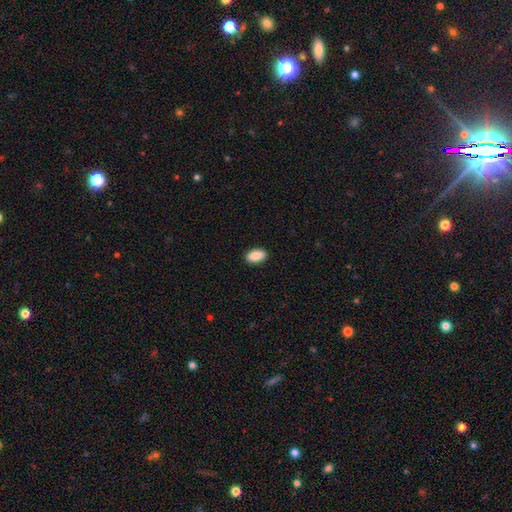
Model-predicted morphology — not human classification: A smooth galaxy with no disk features (88%) that is in between round and cigar-shaped (93%). Merging: none (90%).